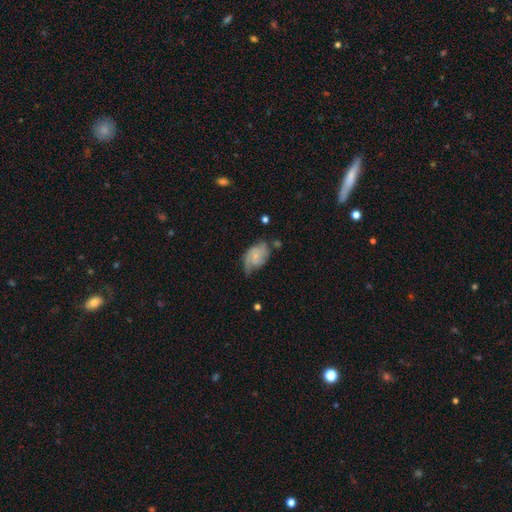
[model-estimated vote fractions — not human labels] Morphology: type=featured or disk (66%); edge-on=no (97%); bar=no (66%); spiral arms=yes (90%); winding=medium (42%); arm count=2 (55%); bulge=small (67%); merging=none (48%).